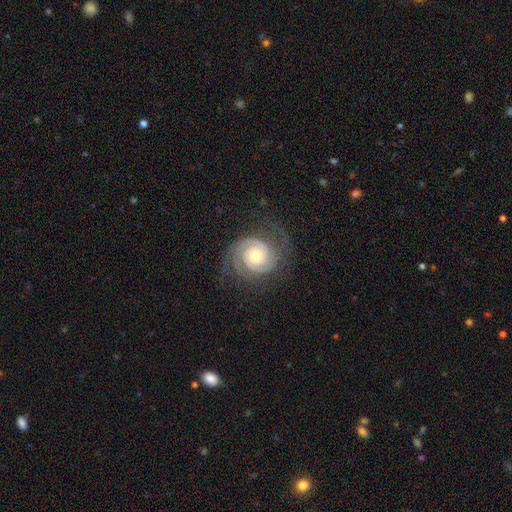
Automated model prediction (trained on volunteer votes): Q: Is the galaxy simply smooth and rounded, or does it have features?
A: featured or disk — 90%.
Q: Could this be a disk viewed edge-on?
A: no — 98%.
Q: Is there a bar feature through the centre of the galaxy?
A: no — 75%.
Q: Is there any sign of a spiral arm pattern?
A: yes — 98%.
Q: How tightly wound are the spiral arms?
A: tight — 73%.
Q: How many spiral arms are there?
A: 2 — 71%.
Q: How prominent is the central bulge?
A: moderate — 59%.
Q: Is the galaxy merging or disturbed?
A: none — 76%.